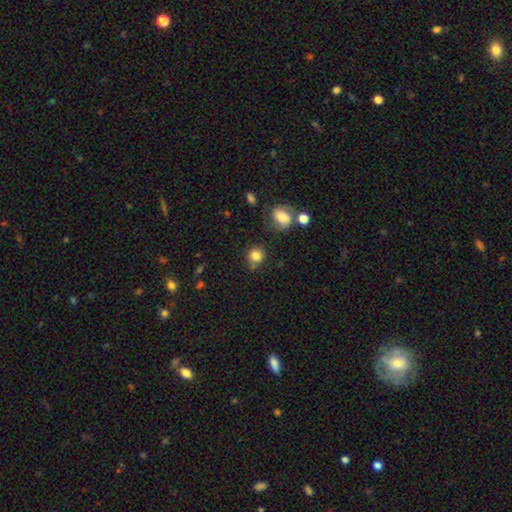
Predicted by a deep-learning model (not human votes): Smooth or featured? smooth (82%)
How rounded? round (82%)
Merging? none (65%)